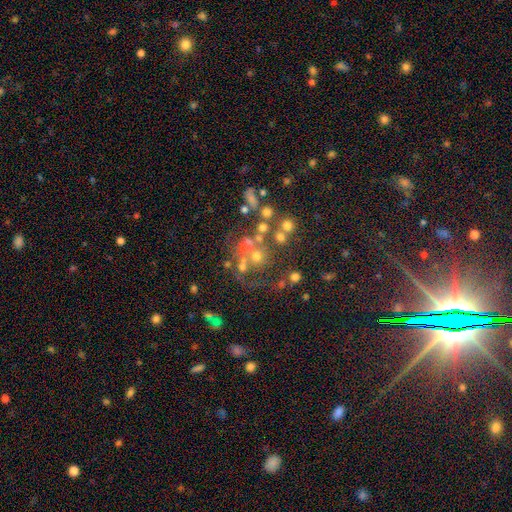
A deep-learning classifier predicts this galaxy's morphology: type=featured or disk (40%); merging=none (43%).